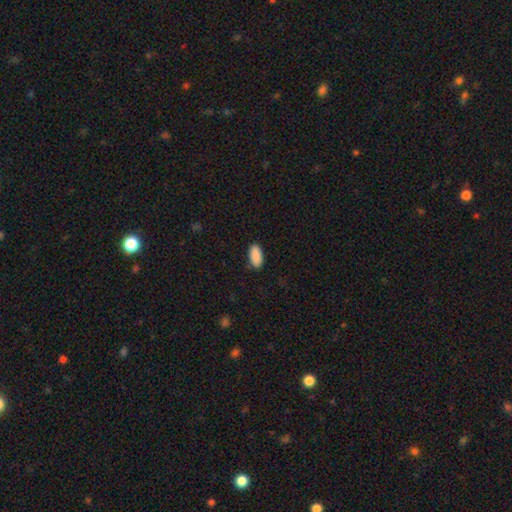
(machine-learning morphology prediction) Smooth or featured? smooth (90%)
How rounded? in between (93%)
Merging? none (87%)